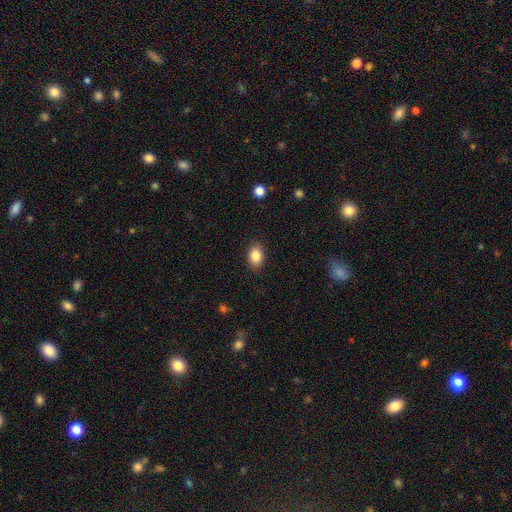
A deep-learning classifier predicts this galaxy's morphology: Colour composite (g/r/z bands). It shows a smooth galaxy with no disk features (85%) that is in between round and cigar-shaped (76%). Merging: none (86%).